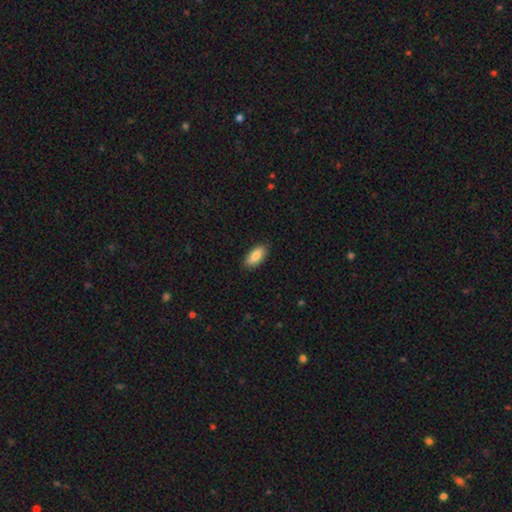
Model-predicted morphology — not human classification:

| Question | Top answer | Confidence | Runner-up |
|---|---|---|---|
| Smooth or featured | smooth | 84% | featured or disk (10%) |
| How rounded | in between | 88% | cigar-shaped (9%) |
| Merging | none | 87% | minor disturbance (10%) |